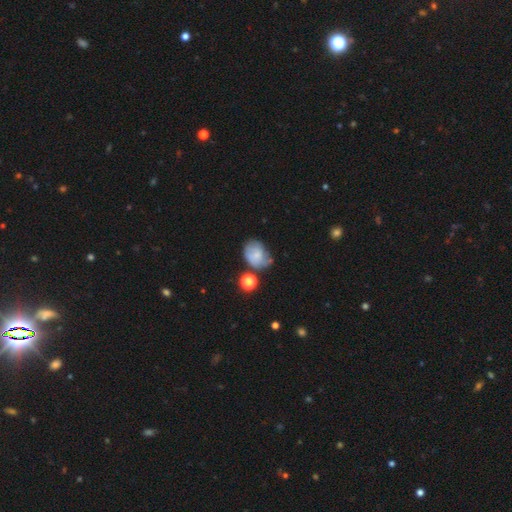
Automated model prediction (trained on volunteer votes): Smooth or featured: smooth — 57% (featured or disk — 32%)
How rounded: in between — 61% (round — 38%)
Merging: none — 40% (minor disturbance — 32%)